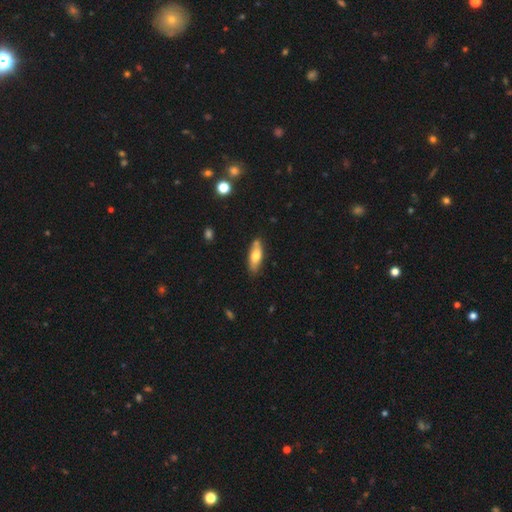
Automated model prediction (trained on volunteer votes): smooth 66%, featured or disk 28%, star or artifact 6%. Down the decision tree: how rounded — in between (56%); merging — none (78%).